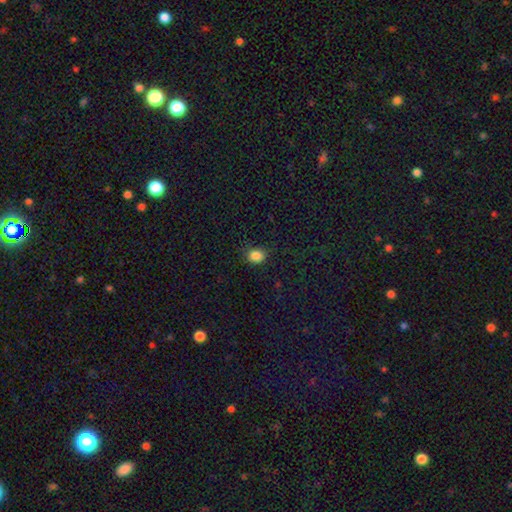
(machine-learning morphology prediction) Smooth or featured? smooth (85%)
How rounded? round (61%)
Merging? none (82%)